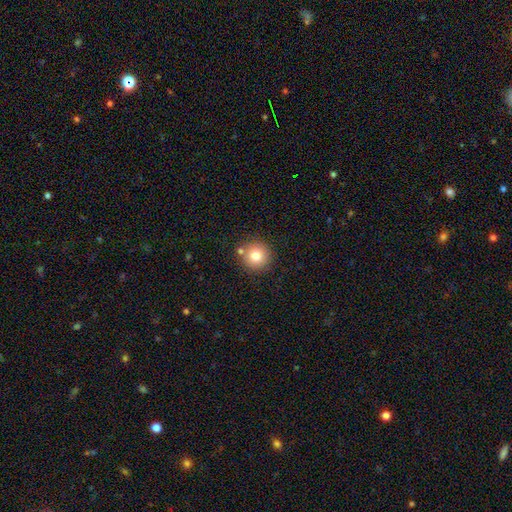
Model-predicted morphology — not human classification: Smooth or featured: smooth — 80% (star or artifact — 11%)
How rounded: round — 95% (in between — 4%)
Merging: none — 81% (minor disturbance — 8%)